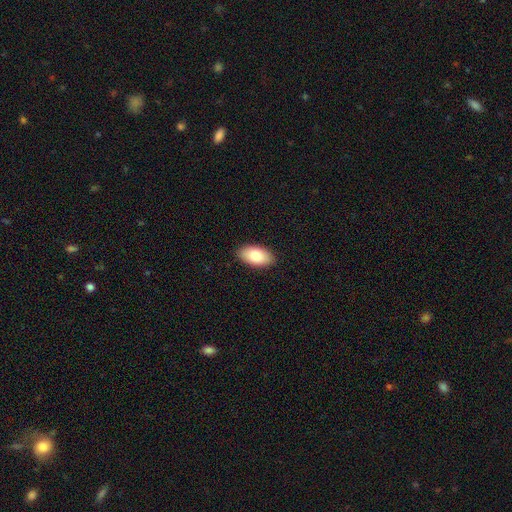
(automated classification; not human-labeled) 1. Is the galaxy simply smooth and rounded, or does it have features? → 84% smooth, 9% featured or disk, 6% star or artifact.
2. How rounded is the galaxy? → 95% in between, 3% round, 2% cigar-shaped.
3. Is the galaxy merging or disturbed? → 89% none, 8% minor disturbance, 2% major disturbance, 1% merger.